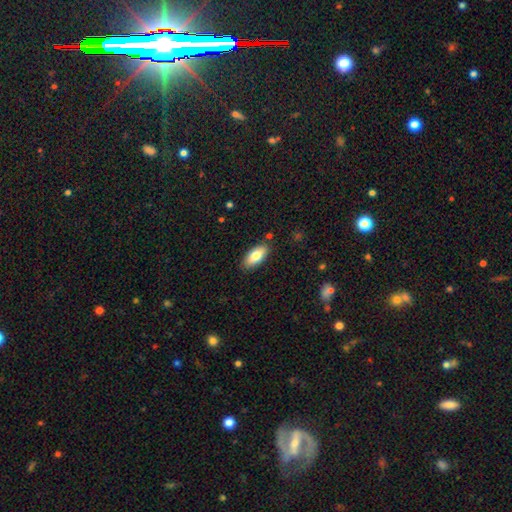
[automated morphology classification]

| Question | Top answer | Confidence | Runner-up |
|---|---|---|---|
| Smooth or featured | smooth | 79% | featured or disk (15%) |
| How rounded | in between | 87% | cigar-shaped (11%) |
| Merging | none | 87% | minor disturbance (10%) |